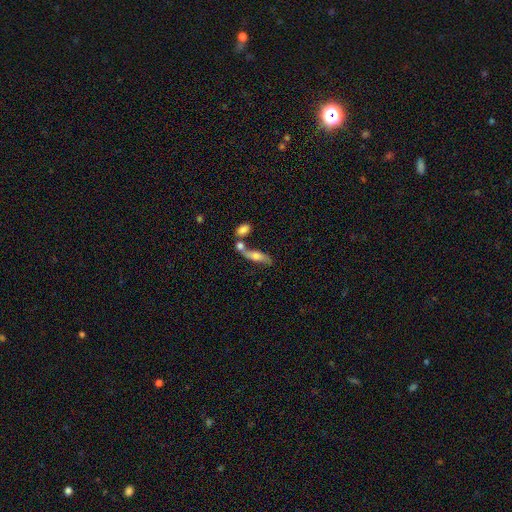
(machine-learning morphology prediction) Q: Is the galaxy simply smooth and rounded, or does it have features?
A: featured or disk — 53%.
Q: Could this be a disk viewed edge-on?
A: no — 50%, tied with yes.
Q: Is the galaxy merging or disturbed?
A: none — 49%.